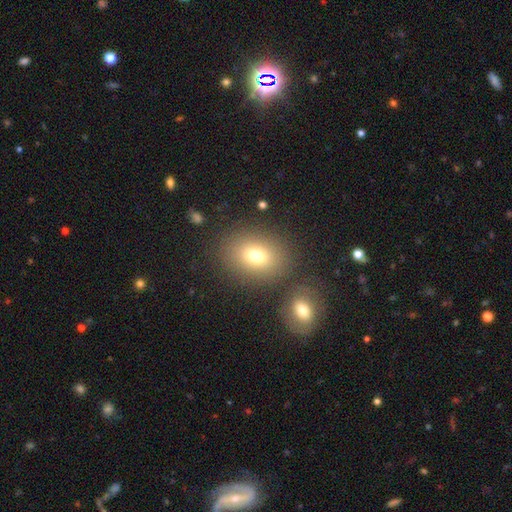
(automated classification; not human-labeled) Smooth or featured? Predicted: smooth (p=0.76). How rounded? Predicted: in between (p=0.60). Merging? Predicted: none (p=0.77).